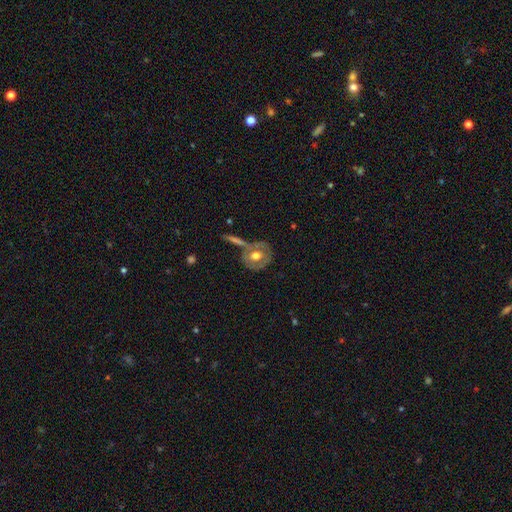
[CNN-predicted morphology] Smooth or featured? Predicted: featured or disk (p=0.50). Edge-on disk? Predicted: no (p=0.87). Merging? Predicted: none (p=0.56).